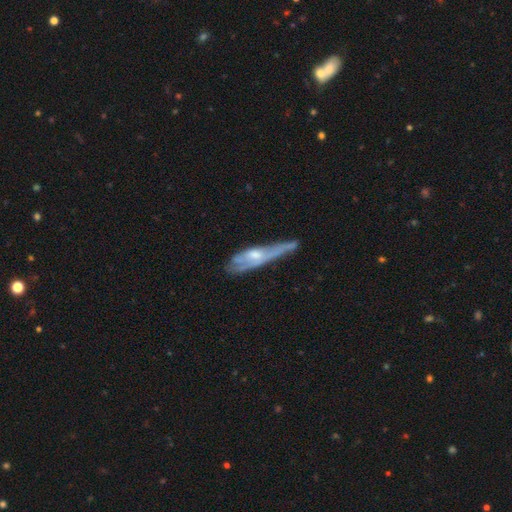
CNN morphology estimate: This is likely a featured or disk galaxy (61%). It is possibly viewed edge-on (50%, tied with no). Merging: marginally none (35%).